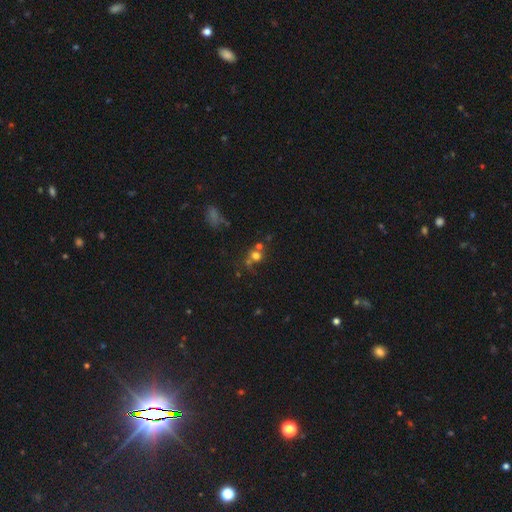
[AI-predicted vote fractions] This appears to be a smooth galaxy with no disk features (63%) that is round (84%). Merging: none (48%).